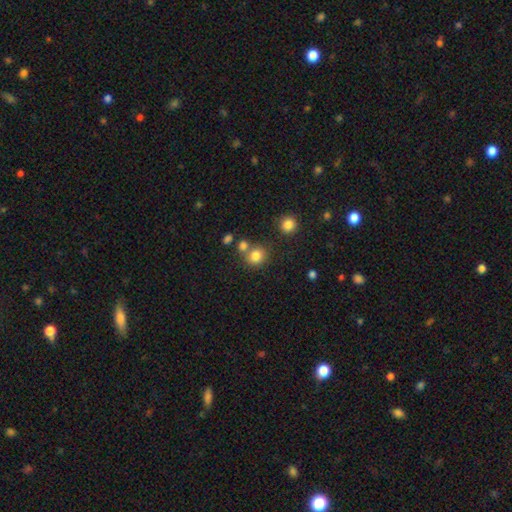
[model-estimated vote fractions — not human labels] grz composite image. It shows a smooth galaxy with no disk features (81%) that is round (79%). Merging: none (63%).